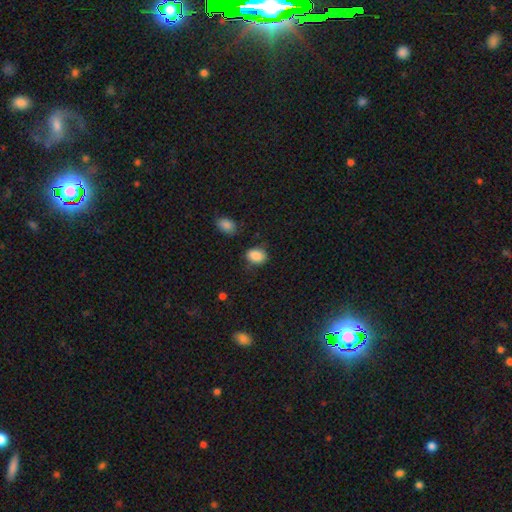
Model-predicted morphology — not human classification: This is clearly a smooth galaxy (87%). How rounded: likely in between (69%). Merging: likely none (76%).